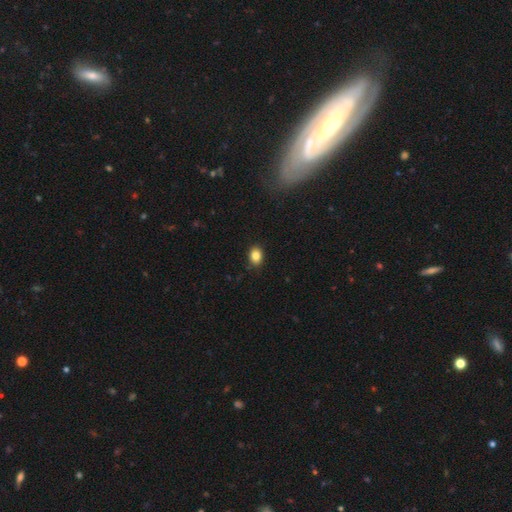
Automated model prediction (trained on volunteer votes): smooth-or-featured: smooth: 85% | star or artifact: 10% | featured or disk: 5%
  how-rounded: in between: 59% | round: 40% | cigar-shaped: 1%
  merging: none: 86% | minor disturbance: 11% | major disturbance: 2% | merger: 1%